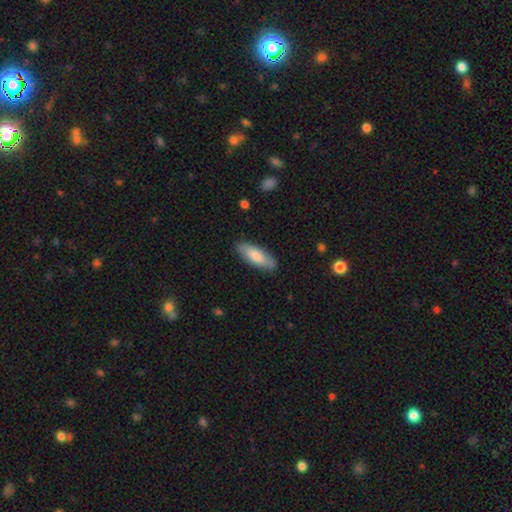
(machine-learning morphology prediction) Overall: smooth (72%). How rounded: in between (68%; cigar-shaped 30%). Merging: none (85%).